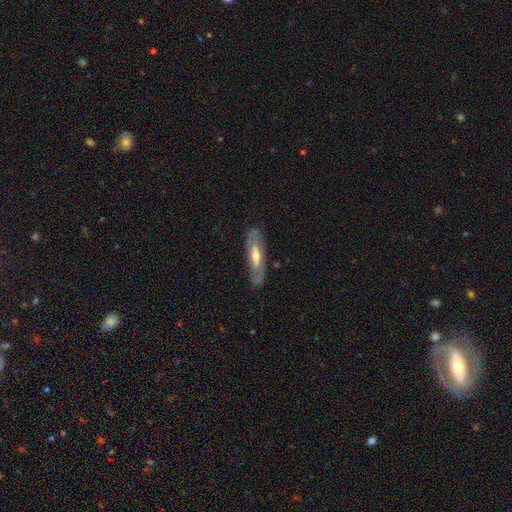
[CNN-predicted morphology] type=featured or disk (71%); edge-on=no (69%); merging=none (82%).